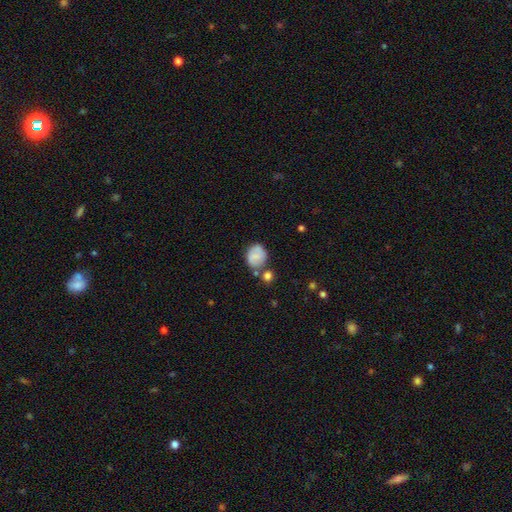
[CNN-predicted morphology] Q: Smooth or featured?
A: smooth (70%); runner-up: featured or disk (21%)
Q: How rounded?
A: round (58%); runner-up: in between (41%)
Q: Merging?
A: none (58%); runner-up: minor disturbance (20%)